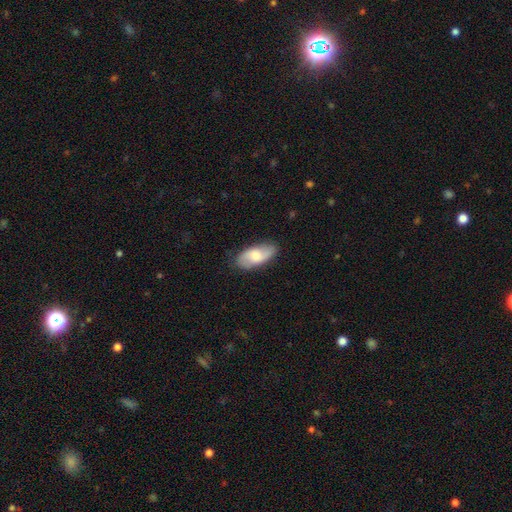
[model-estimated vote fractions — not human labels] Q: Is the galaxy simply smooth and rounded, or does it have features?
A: smooth — 53%.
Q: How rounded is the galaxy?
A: in between — 88%.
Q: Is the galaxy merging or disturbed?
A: none — 81%.